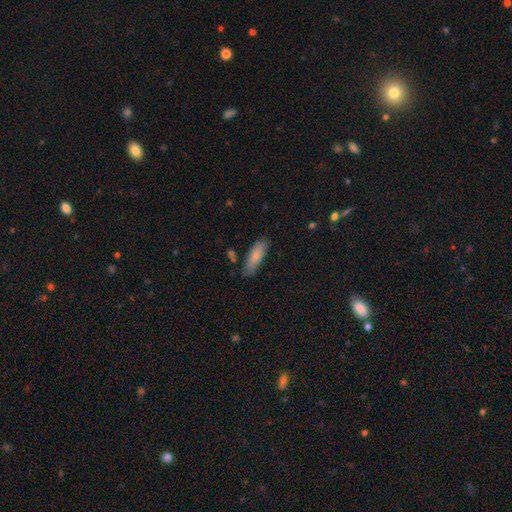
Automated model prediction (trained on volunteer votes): A smooth galaxy with no disk features (82%) that is in between round and cigar-shaped (56%).

Vote fractions:
- Smooth or featured? smooth: 82% / featured or disk: 12% / star or artifact: 6%
- How rounded? in between: 56% / cigar-shaped: 42% / round: 2%
- Merging? none: 77% / minor disturbance: 17% / major disturbance: 3% / merger: 3%